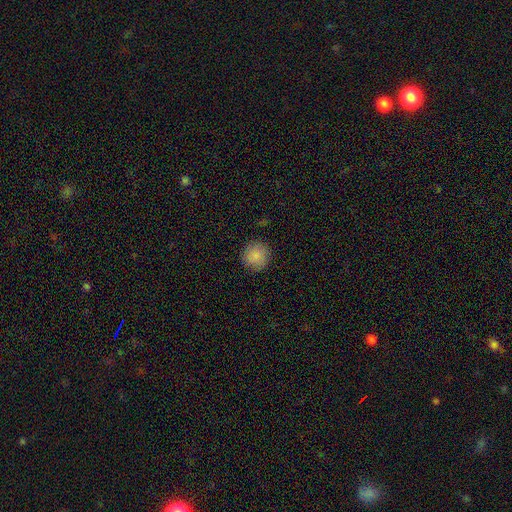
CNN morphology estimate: Smooth or featured? Predicted: smooth (p=0.87). How rounded? Predicted: round (p=0.93). Merging? Predicted: none (p=0.88).